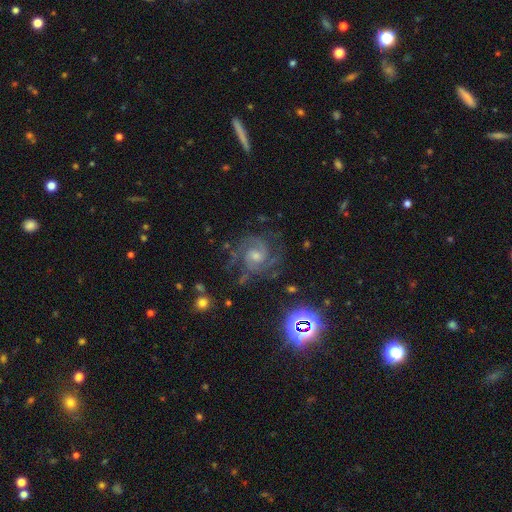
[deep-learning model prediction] A featured or disk galaxy (82%) with no bar (55%), 2 (41%) tight (54%) spiral arms (98%) and a moderate central bulge (51%). Merging: none (74%).